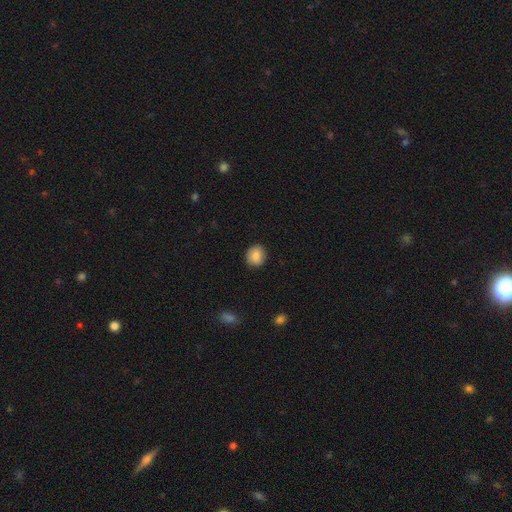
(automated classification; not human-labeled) A smooth galaxy with no disk features (85%) that is round (78%).

Vote fractions:
- Smooth or featured? smooth: 85% / star or artifact: 8% / featured or disk: 7%
- How rounded? round: 78% / in between: 21% / cigar-shaped: 1%
- Merging? none: 89% / minor disturbance: 8% / major disturbance: 2% / merger: 1%